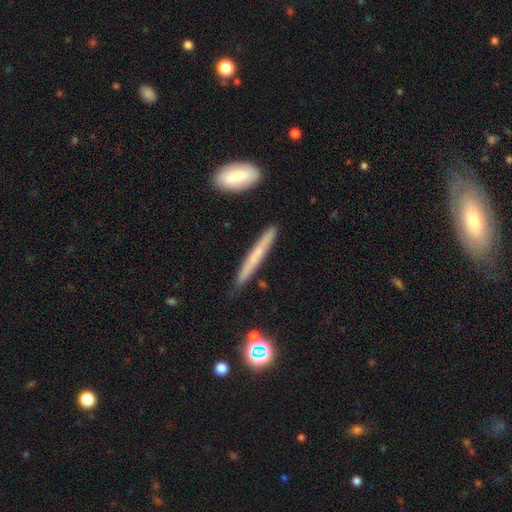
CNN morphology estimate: type=smooth (53%); roundness=cigar-shaped (94%); merging=none (86%).